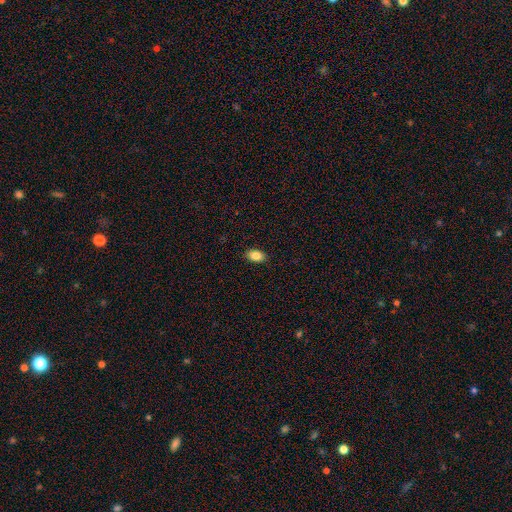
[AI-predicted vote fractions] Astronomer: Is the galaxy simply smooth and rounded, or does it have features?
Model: smooth — 85%.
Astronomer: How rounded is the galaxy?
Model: in between — 89%.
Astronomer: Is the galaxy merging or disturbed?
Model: none — 88%.